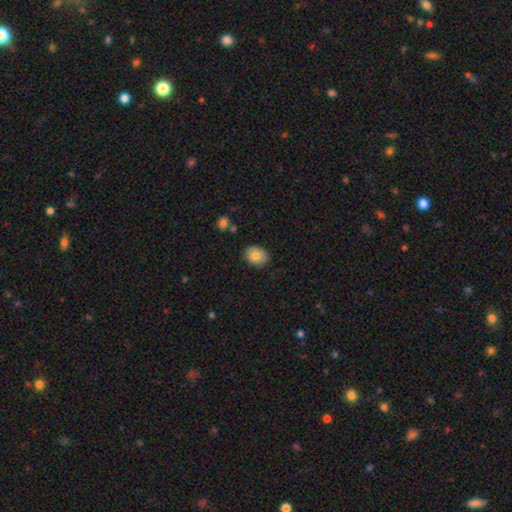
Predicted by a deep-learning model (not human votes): This is likely a smooth galaxy (79%). How rounded: likely in between (62%). Merging: clearly none (83%).